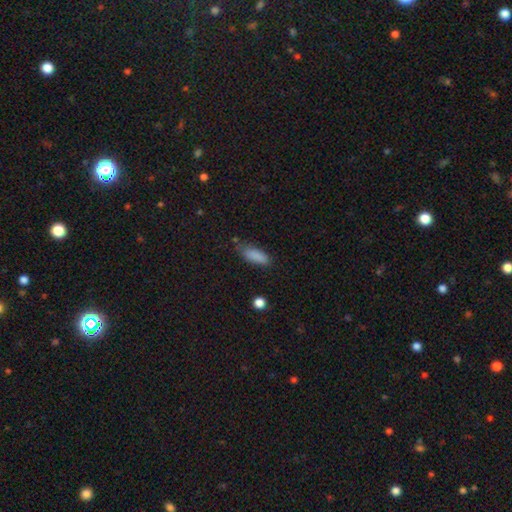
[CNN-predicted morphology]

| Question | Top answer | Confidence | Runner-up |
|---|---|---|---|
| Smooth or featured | smooth | 86% | star or artifact (8%) |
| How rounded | in between | 66% | cigar-shaped (32%) |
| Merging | none | 66% | minor disturbance (25%) |